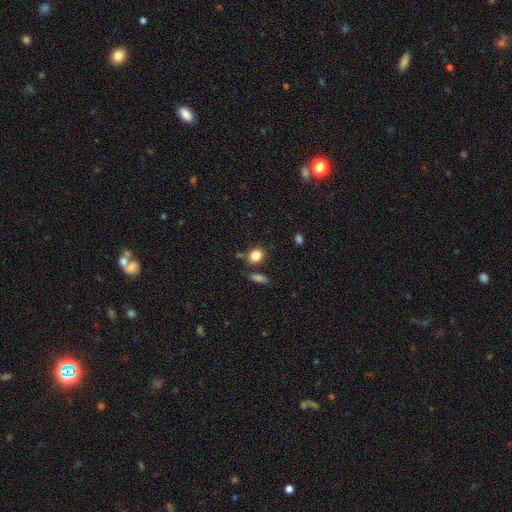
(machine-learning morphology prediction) Smooth or featured?
  - smooth: 84% *
  - star or artifact: 10%
  - featured or disk: 6%
How rounded?
  - round: 51% *
  - in between: 47%
  - cigar-shaped: 2%
Merging?
  - none: 75% *
  - minor disturbance: 13%
  - merger: 8%
  - major disturbance: 4%